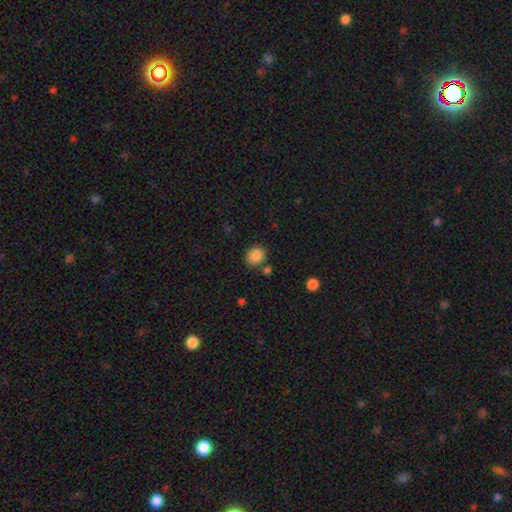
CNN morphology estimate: This is clearly a smooth galaxy (86%). How rounded: likely round (70%). Merging: likely none (79%).